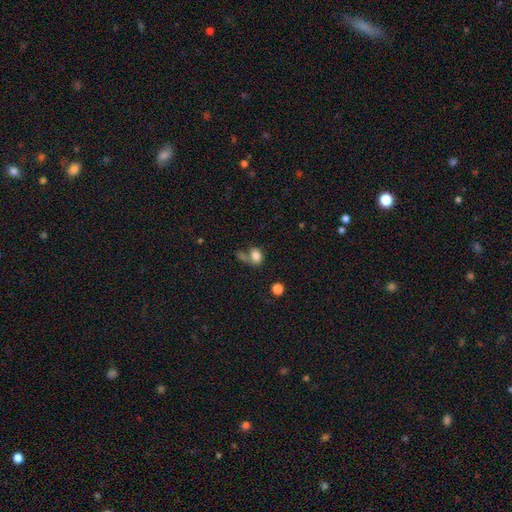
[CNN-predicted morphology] smooth_or_featured: smooth (p=0.79) [alt: star or artifact p=0.11]
how_rounded: in between (p=0.63) [alt: round p=0.35]
merging: none (p=0.35) [alt: merger p=0.31]